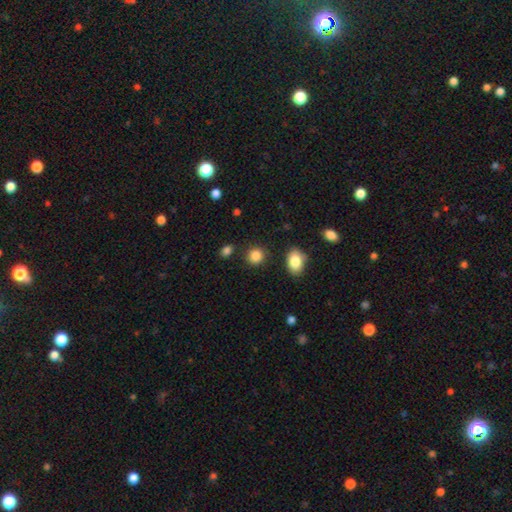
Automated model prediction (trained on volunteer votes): Q: Smooth or featured?
A: smooth (87%); runner-up: star or artifact (10%)
Q: How rounded?
A: round (84%); runner-up: in between (15%)
Q: Merging?
A: none (87%); runner-up: minor disturbance (8%)